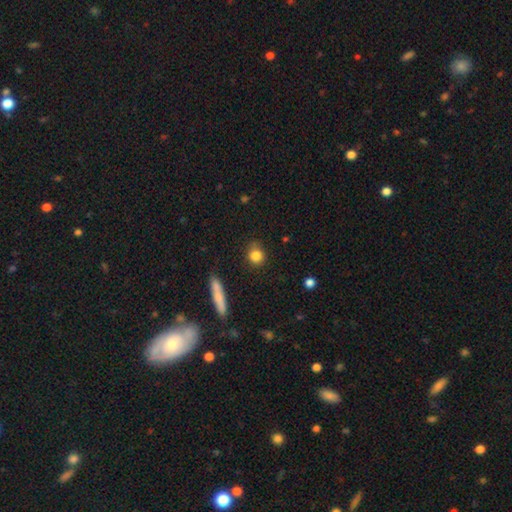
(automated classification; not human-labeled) smooth 84%, star or artifact 10%, featured or disk 7%. Down the decision tree: how rounded — round (79%); merging — none (79%).